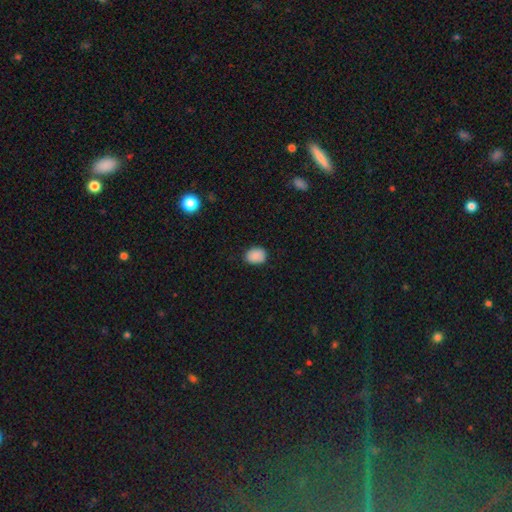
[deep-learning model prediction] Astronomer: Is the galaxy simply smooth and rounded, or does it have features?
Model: smooth — 88%.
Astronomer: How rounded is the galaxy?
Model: in between — 56% (runner-up: round, 43%).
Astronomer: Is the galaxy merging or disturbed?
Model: none — 85%.